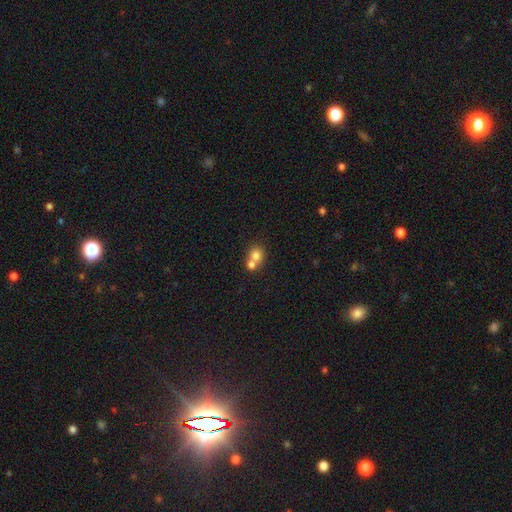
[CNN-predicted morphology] Q: Smooth or featured?
A: smooth (76%); runner-up: featured or disk (13%)
Q: How rounded?
A: round (80%); runner-up: in between (19%)
Q: Merging?
A: merger (58%); runner-up: none (34%)